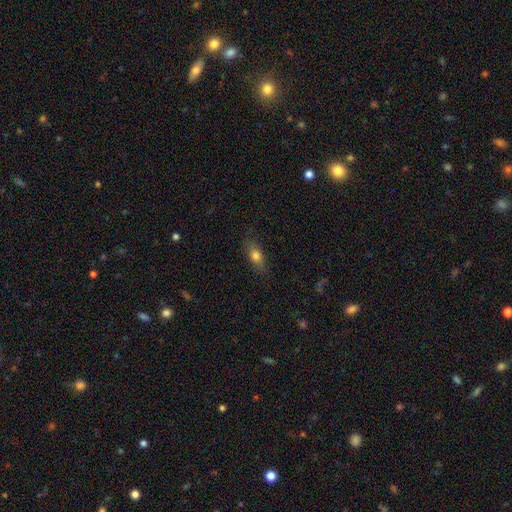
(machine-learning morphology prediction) Smooth or featured? smooth (73%)
How rounded? in between (73%)
Merging? none (80%)